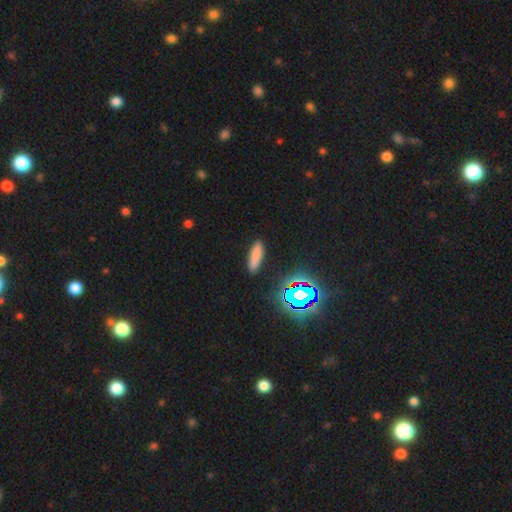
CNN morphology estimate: The model was most divided on "how rounded": cigar-shaped: 65%, in between: 32%, round: 3%. More confident: merging — none (89%); smooth or featured — smooth (74%).